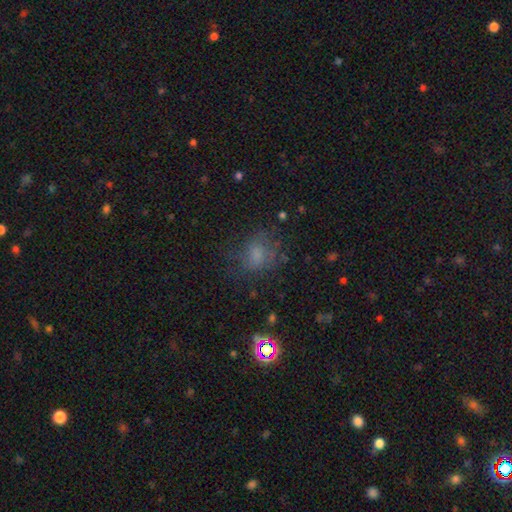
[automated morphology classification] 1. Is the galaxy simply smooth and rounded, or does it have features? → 61% smooth, 21% star or artifact, 19% featured or disk.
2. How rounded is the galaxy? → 60% round, 38% in between, 1% cigar-shaped.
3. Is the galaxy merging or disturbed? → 59% none, 21% minor disturbance, 18% major disturbance, 2% merger.